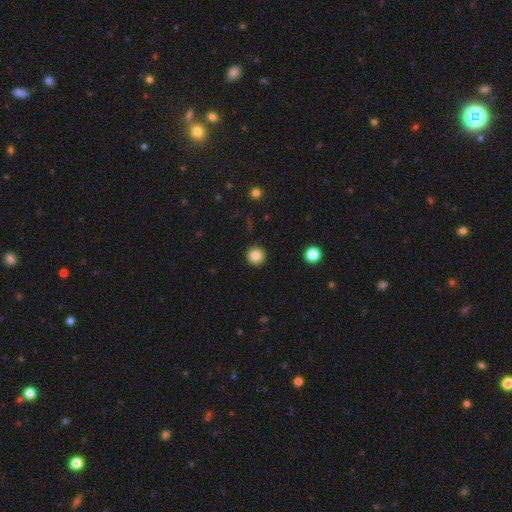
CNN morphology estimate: This appears to be a smooth galaxy with no disk features (85%) that is round (96%). Merging: none (92%).